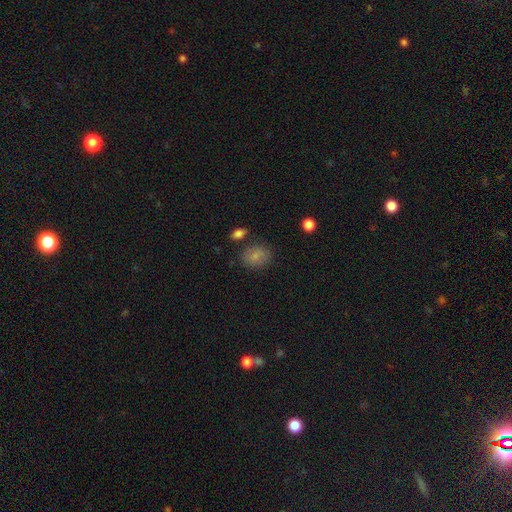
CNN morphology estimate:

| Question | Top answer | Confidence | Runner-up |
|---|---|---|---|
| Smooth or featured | smooth | 79% | featured or disk (12%) |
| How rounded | in between | 58% | round (41%) |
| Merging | none | 75% | minor disturbance (15%) |